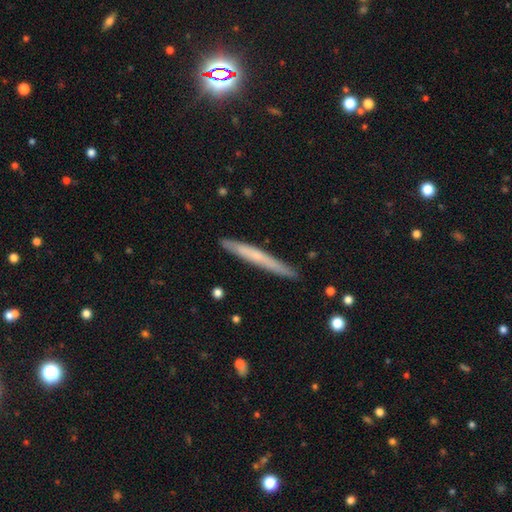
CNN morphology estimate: smooth 52%, featured or disk 42%, star or artifact 6%. Down the decision tree: how rounded — cigar-shaped (97%); merging — none (88%).